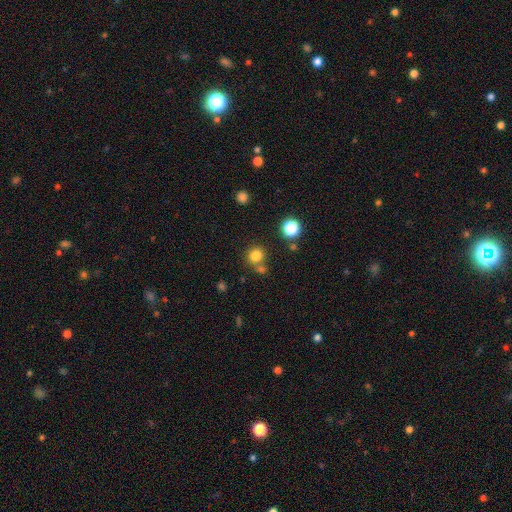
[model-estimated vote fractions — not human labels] Overall: smooth (80%). How rounded: round (88%). Merging: none (68%).